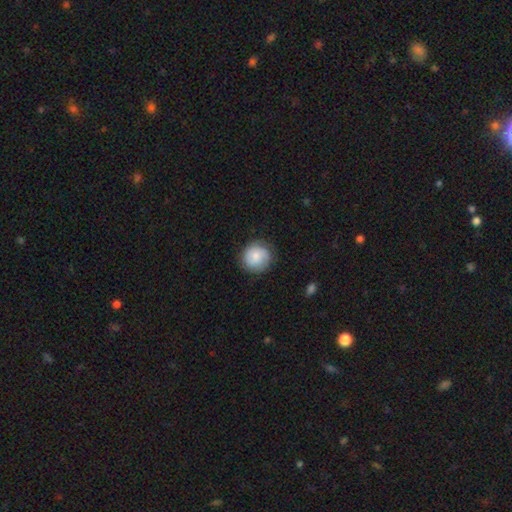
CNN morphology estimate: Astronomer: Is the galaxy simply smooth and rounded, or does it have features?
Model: smooth — 74%.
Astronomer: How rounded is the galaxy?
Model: round — 91%.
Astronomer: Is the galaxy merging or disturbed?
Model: none — 82%.